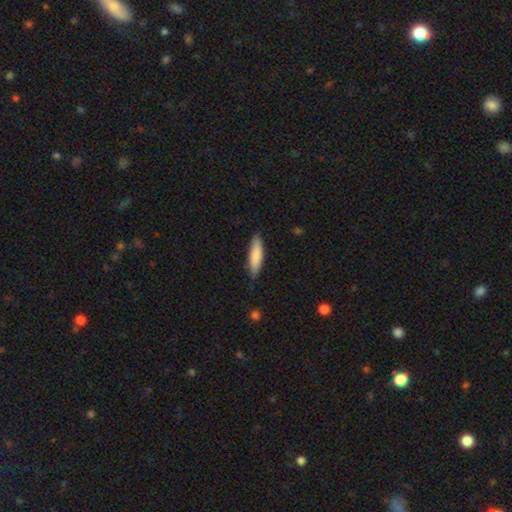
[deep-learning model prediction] The model was most divided on "how rounded": cigar-shaped: 68%, in between: 31%, round: 1%. More confident: merging — none (83%); smooth or featured — smooth (83%).